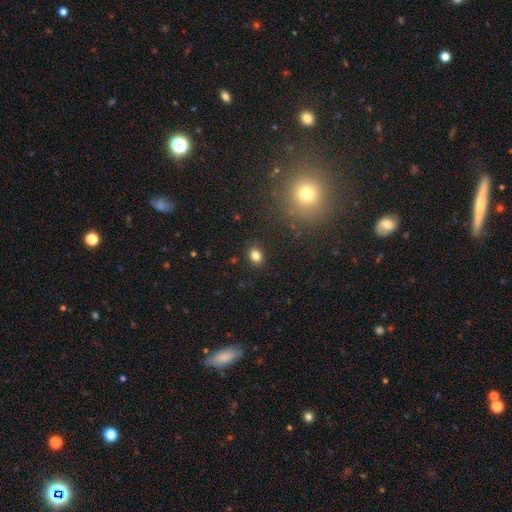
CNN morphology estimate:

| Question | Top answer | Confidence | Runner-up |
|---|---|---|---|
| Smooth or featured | smooth | 81% | star or artifact (12%) |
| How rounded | in between | 60% | round (39%) |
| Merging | none | 87% | minor disturbance (8%) |